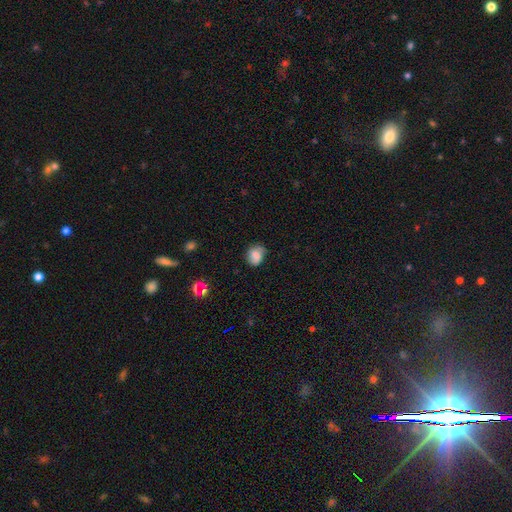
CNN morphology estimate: Smooth or featured?
  - smooth: 70% *
  - featured or disk: 20%
  - star or artifact: 10%
How rounded?
  - round: 54% *
  - in between: 45%
  - cigar-shaped: 1%
Merging?
  - none: 59% *
  - minor disturbance: 30%
  - major disturbance: 9%
  - merger: 2%